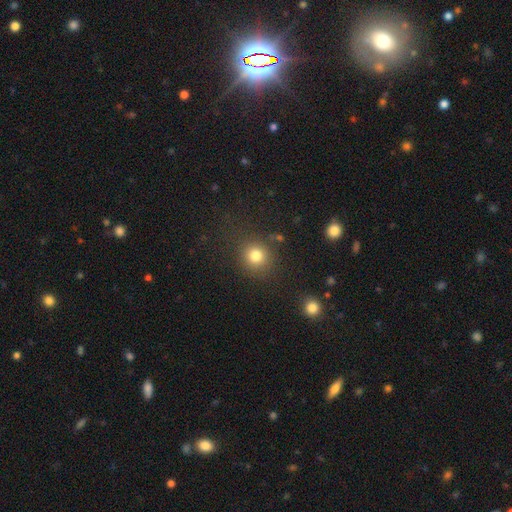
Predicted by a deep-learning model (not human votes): Smooth or featured? smooth (81%)
How rounded? round (88%)
Merging? none (82%)